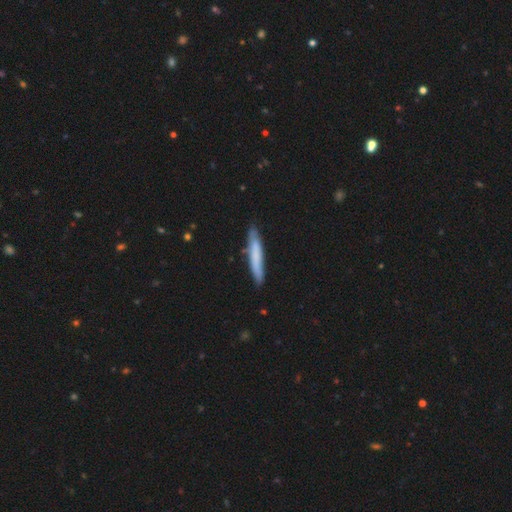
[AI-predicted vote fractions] Overall: smooth (66%; featured or disk 28%). How rounded: cigar-shaped (94%). Merging: none (82%).